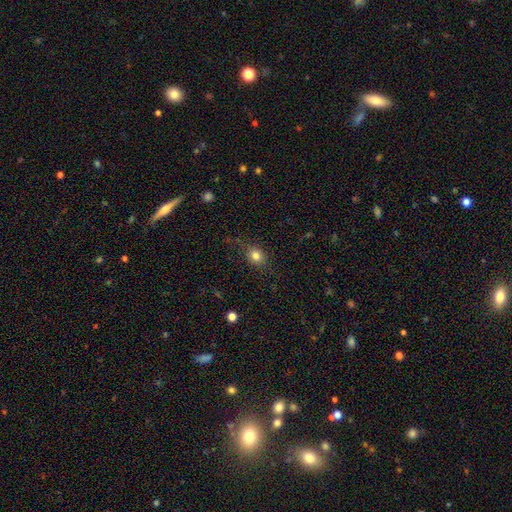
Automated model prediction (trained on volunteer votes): Smooth or featured? Predicted: smooth (p=0.79). How rounded? Predicted: round (p=0.57). Merging? Predicted: none (p=0.73).